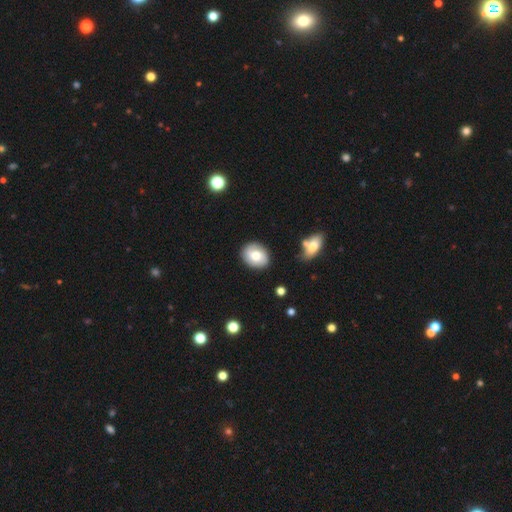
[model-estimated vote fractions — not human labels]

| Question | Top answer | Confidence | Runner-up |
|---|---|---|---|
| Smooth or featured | smooth | 66% | featured or disk (26%) |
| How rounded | in between | 50% | round (49%) |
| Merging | none | 83% | minor disturbance (12%) |